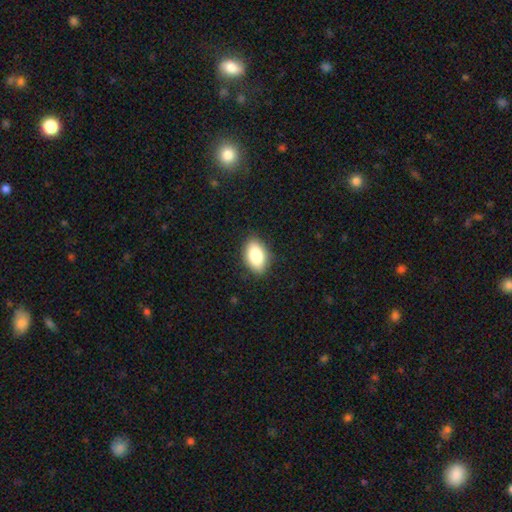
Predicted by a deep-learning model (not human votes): smooth-or-featured: smooth: 83% | featured or disk: 10% | star or artifact: 8%
  how-rounded: in between: 90% | round: 9% | cigar-shaped: 2%
  merging: none: 85% | minor disturbance: 11% | major disturbance: 2% | merger: 1%